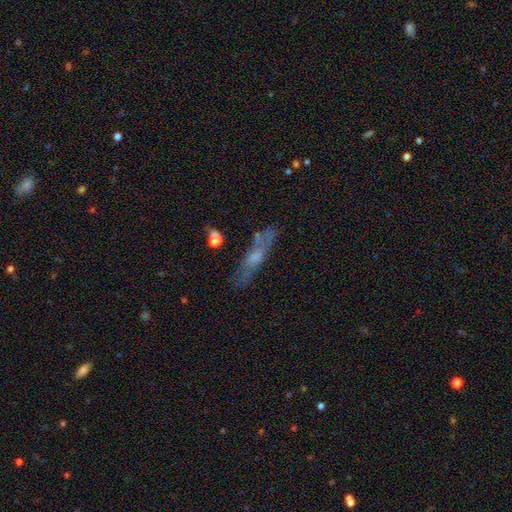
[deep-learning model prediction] A featured or disk galaxy (50%). Merging: none (66%).